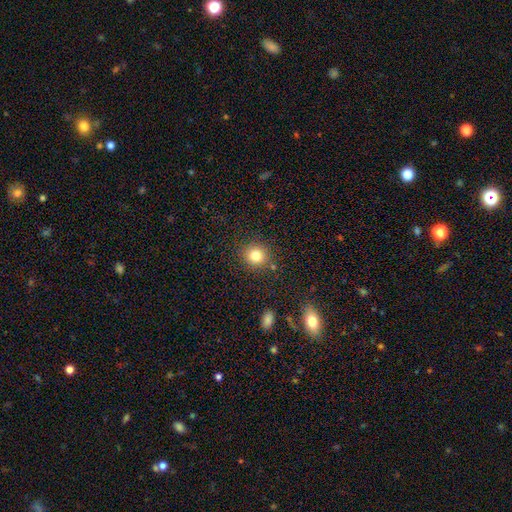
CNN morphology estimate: A smooth galaxy with no disk features (82%) that is round (86%). Merging: none (85%).